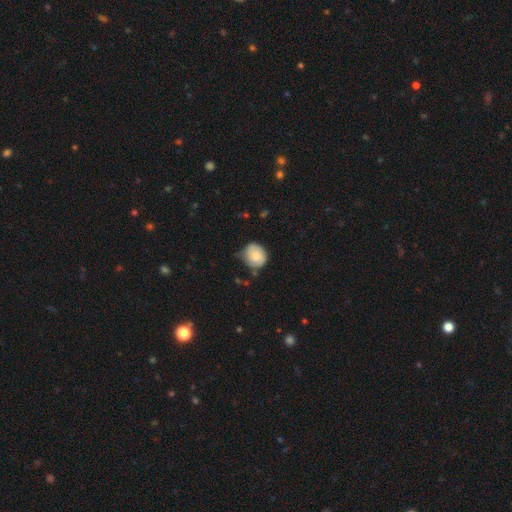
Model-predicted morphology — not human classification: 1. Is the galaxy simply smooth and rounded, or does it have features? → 76% smooth, 17% featured or disk, 7% star or artifact.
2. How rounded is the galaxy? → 76% round, 23% in between, 1% cigar-shaped.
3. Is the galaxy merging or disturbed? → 54% none, 35% minor disturbance, 8% major disturbance, 3% merger.